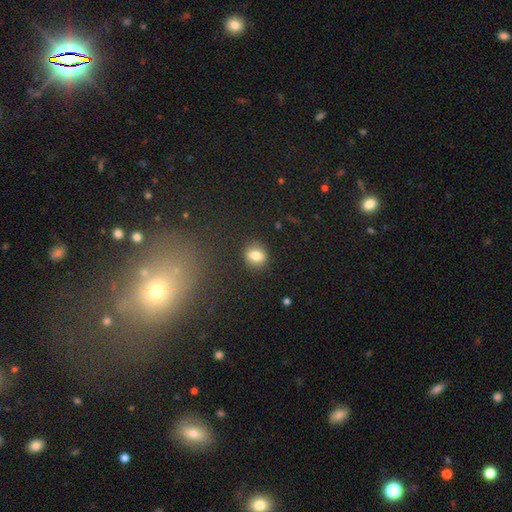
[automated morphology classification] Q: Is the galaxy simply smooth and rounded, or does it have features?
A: smooth — 78%.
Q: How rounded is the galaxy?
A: round — 57%.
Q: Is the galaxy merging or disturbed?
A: none — 87%.